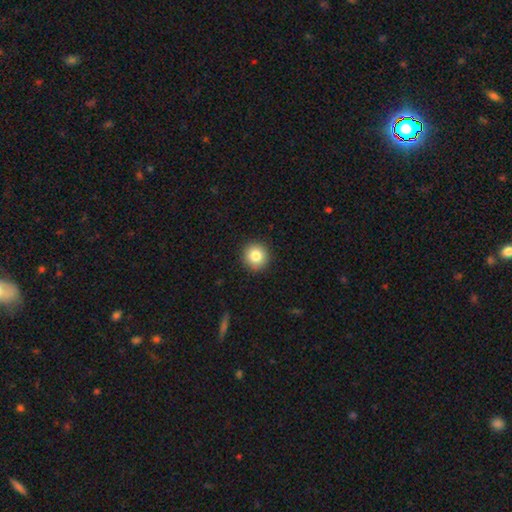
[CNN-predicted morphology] A smooth galaxy with no disk features (82%) that is round (93%).

Vote fractions:
- Smooth or featured? smooth: 82% / star or artifact: 10% / featured or disk: 8%
- How rounded? round: 93% / in between: 6% / cigar-shaped: 1%
- Merging? none: 92% / minor disturbance: 6% / major disturbance: 2% / merger: 1%